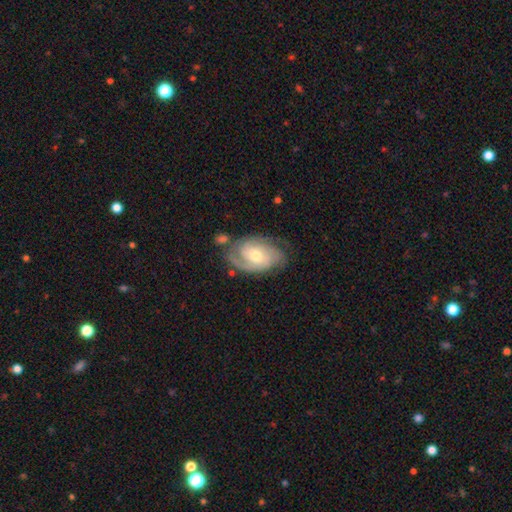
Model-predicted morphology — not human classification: Smooth or featured? Predicted: featured or disk (p=0.85). Edge-on disk? Predicted: no (p=0.96). Bar? Predicted: no (p=0.60). Spiral arms? Predicted: yes (p=0.96). Spiral winding? Predicted: tight (p=0.59). Spiral arm count? Predicted: 2 (p=0.39). Bulge size? Predicted: moderate (p=0.63). Merging? Predicted: none (p=0.69).